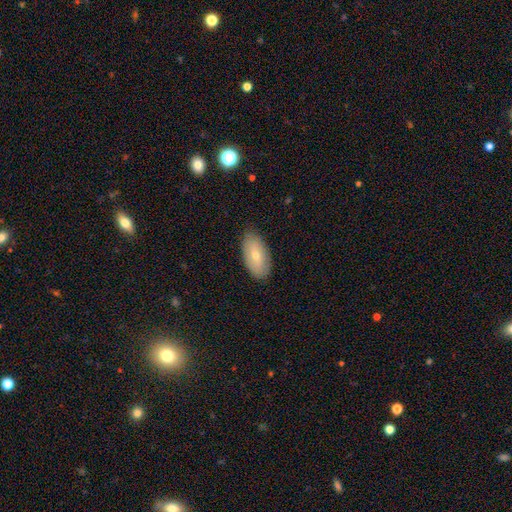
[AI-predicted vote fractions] Overall: smooth (66%; featured or disk 28%). How rounded: in between (93%). Merging: none (83%).